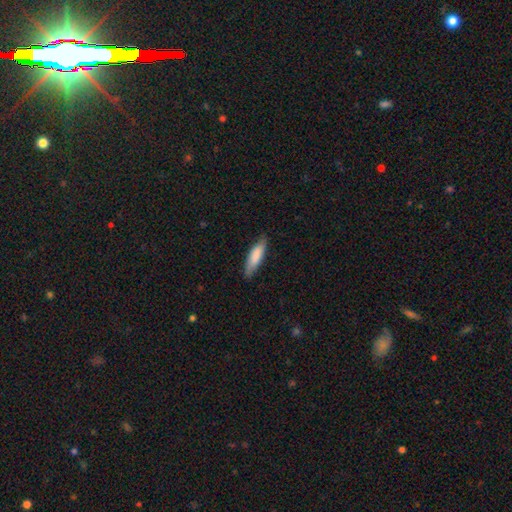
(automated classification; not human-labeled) smooth 82%, featured or disk 13%, star or artifact 5%. Down the decision tree: how rounded — cigar-shaped (60%); merging — none (80%).